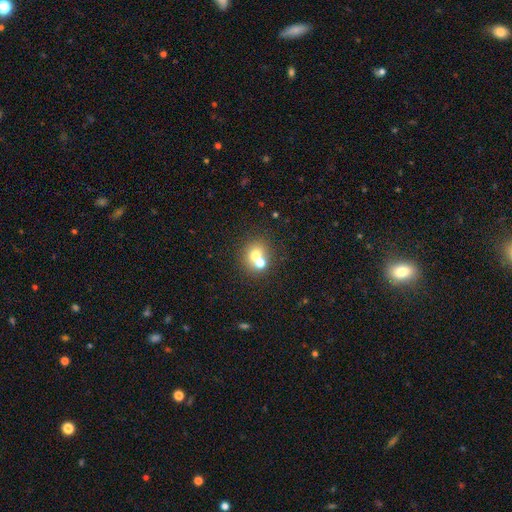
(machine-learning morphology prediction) Smooth or featured? Predicted: smooth (p=0.66). How rounded? Predicted: round (p=0.79). Merging? Predicted: merger (p=0.46).